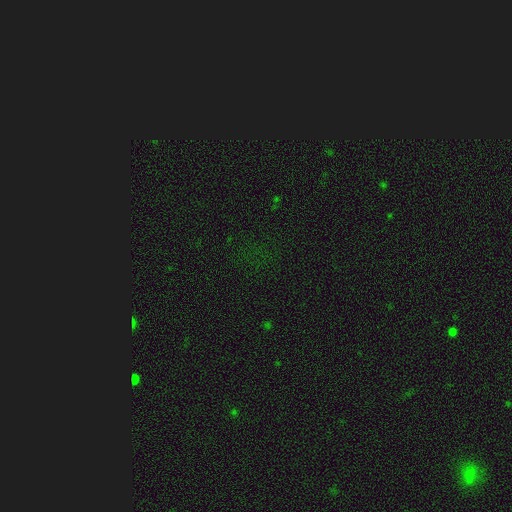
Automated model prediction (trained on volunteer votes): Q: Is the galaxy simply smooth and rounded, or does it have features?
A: star or artifact — 80%.